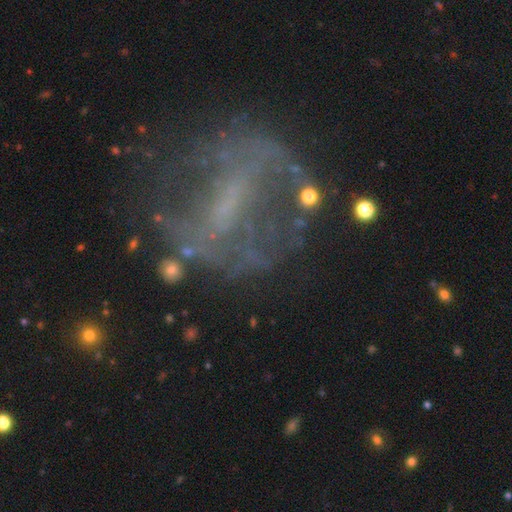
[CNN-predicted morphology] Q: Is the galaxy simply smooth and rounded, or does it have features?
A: featured or disk — 68%.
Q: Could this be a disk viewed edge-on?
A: no — 96%.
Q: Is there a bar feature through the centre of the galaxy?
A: no — 38%, tied with weak.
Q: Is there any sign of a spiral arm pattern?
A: yes — 59%.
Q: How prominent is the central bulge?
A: none — 45%.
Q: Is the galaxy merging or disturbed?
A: none — 53%.